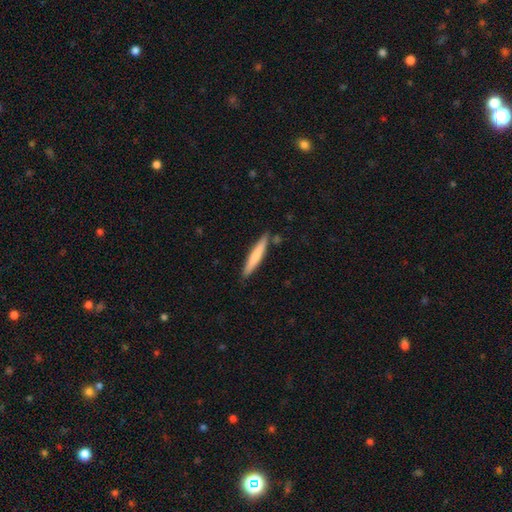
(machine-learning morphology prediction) Smooth or featured? smooth (70%)
How rounded? cigar-shaped (94%)
Merging? none (85%)